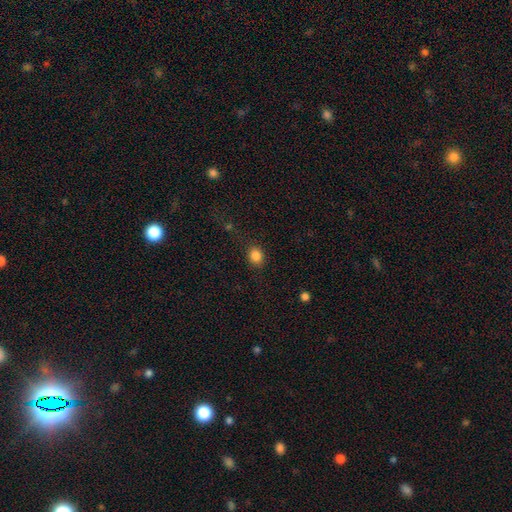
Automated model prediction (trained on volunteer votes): smooth 85%, star or artifact 11%, featured or disk 5%. Down the decision tree: how rounded — round (53%); merging — none (82%).